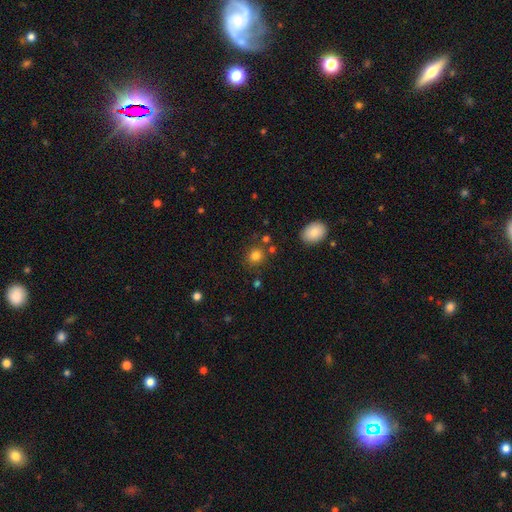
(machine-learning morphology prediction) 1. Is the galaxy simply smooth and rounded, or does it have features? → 81% smooth, 13% star or artifact, 6% featured or disk.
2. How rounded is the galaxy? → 79% round, 20% in between, 1% cigar-shaped.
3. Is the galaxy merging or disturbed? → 81% none, 9% minor disturbance, 6% merger, 3% major disturbance.